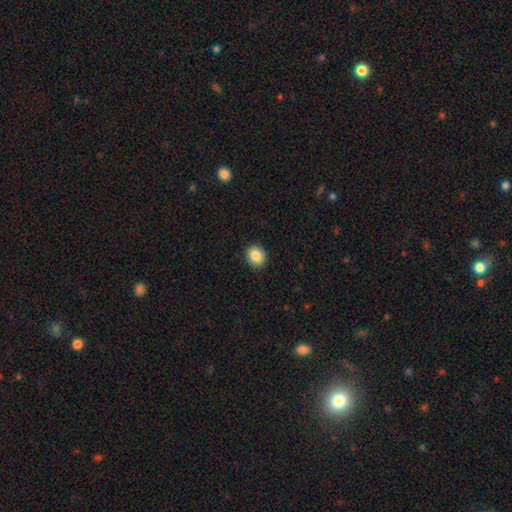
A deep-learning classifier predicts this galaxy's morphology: The model was most divided on "how rounded": round: 72%, in between: 28%, cigar-shaped: 1%. More confident: merging — none (91%); smooth or featured — smooth (86%).